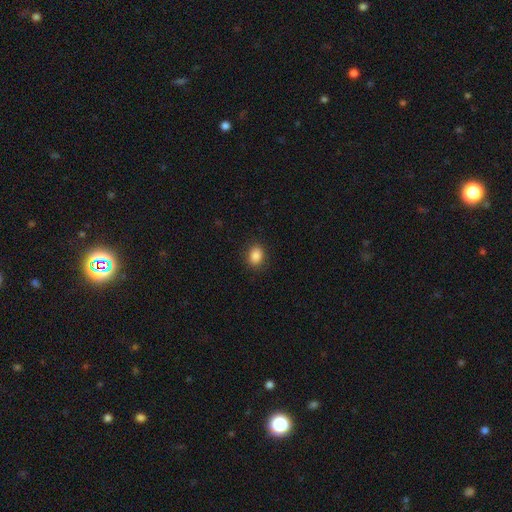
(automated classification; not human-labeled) A smooth galaxy with no disk features (87%) that is in between round and cigar-shaped (57%).

Vote fractions:
- Smooth or featured? smooth: 87% / star or artifact: 9% / featured or disk: 4%
- How rounded? in between: 57% / round: 42% / cigar-shaped: 1%
- Merging? none: 88% / minor disturbance: 8% / major disturbance: 3% / merger: 1%